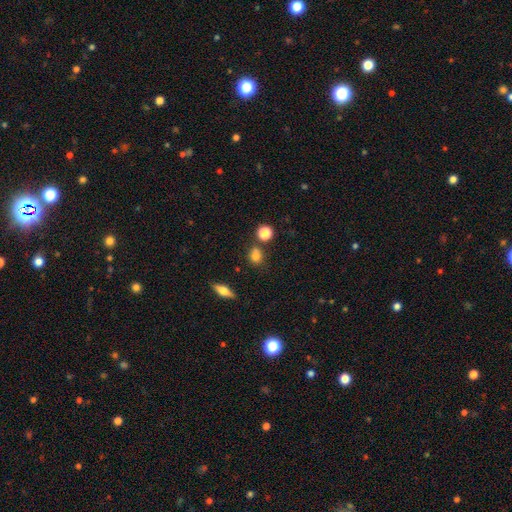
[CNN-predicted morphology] Q: Smooth or featured?
A: smooth (79%); runner-up: star or artifact (13%)
Q: How rounded?
A: round (66%); runner-up: in between (31%)
Q: Merging?
A: none (70%); runner-up: merger (14%)